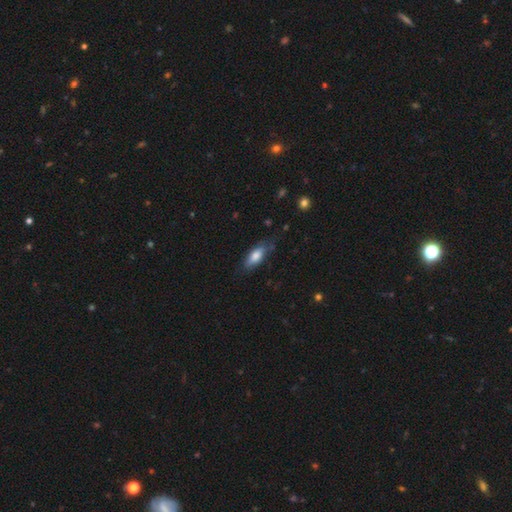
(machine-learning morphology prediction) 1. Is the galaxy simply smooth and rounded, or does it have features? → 76% smooth, 17% featured or disk, 6% star or artifact.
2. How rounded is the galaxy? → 76% in between, 22% cigar-shaped, 2% round.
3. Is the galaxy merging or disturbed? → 65% none, 26% minor disturbance, 7% major disturbance, 2% merger.